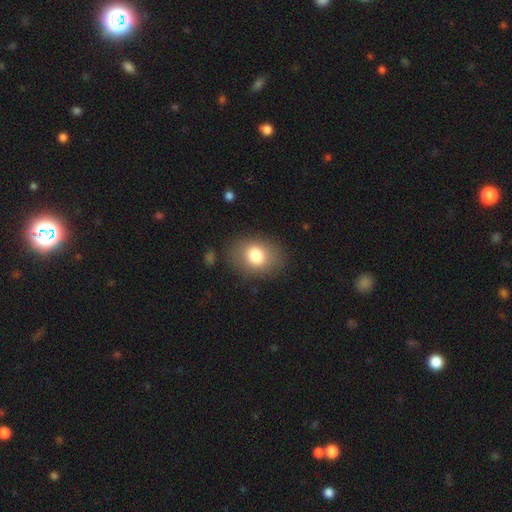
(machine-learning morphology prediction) Smooth or featured: smooth — 79% (featured or disk — 12%)
How rounded: in between — 63% (round — 36%)
Merging: none — 82% (minor disturbance — 11%)